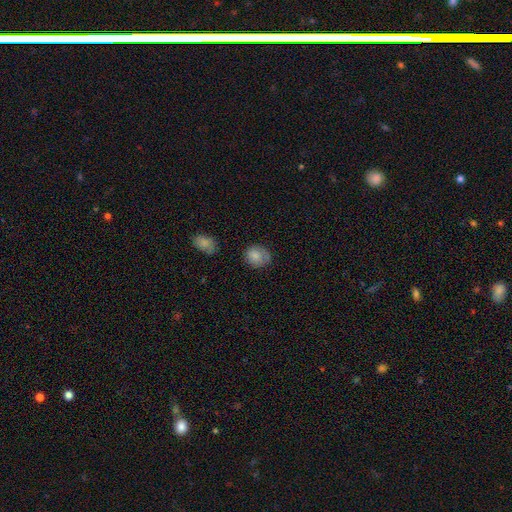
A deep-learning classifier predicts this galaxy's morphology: smooth 82%, featured or disk 10%, star or artifact 8%. Down the decision tree: how rounded — round (68%); merging — none (66%).